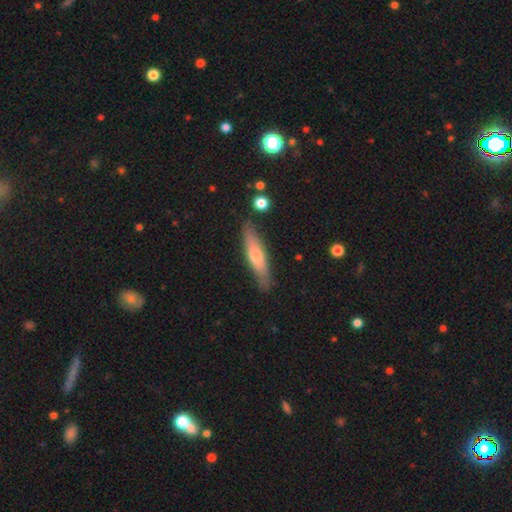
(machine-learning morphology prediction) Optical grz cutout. It shows a smooth galaxy with no disk features (55%) that is cigar-shaped (81%). Merging: none (85%).